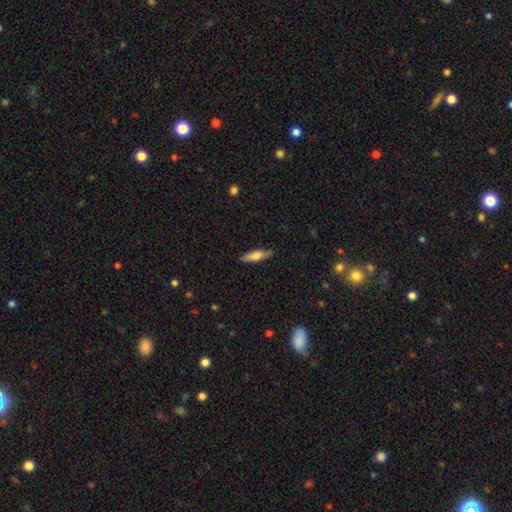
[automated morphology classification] This is likely a smooth galaxy (68%). How rounded: likely cigar-shaped (62%). Merging: clearly none (85%).